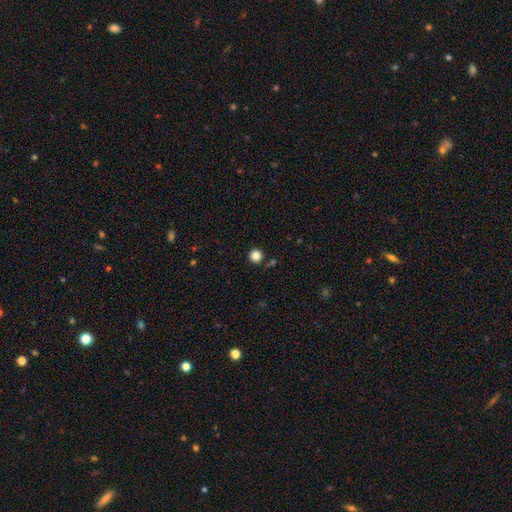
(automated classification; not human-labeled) This appears to be a smooth galaxy with no disk features (84%) that is round (95%). Merging: none (88%).